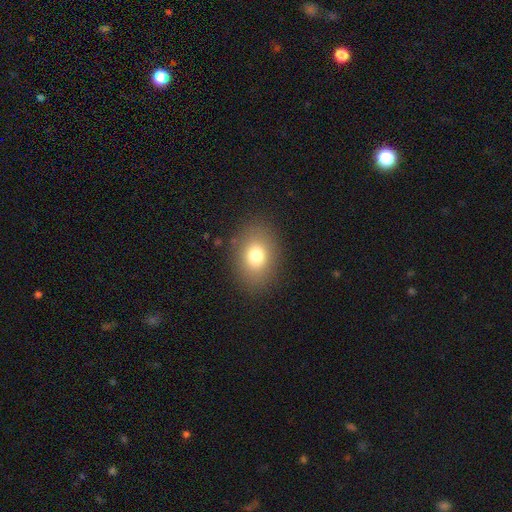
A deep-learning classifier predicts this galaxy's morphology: smooth_or_featured: smooth (p=0.77) [alt: star or artifact p=0.12]
how_rounded: in between (p=0.69) [alt: round p=0.30]
merging: none (p=0.86) [alt: minor disturbance p=0.09]